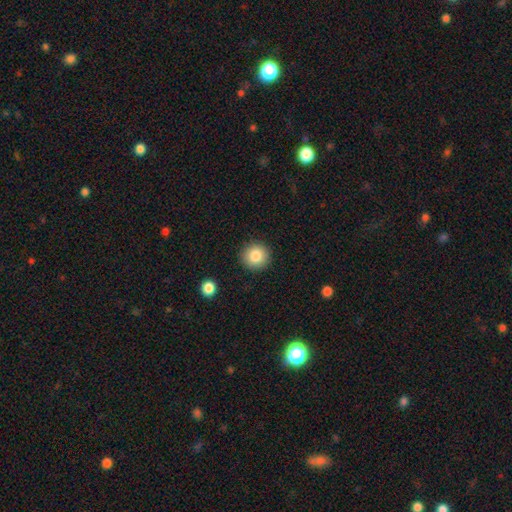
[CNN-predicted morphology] Smooth or featured? smooth (84%)
How rounded? round (93%)
Merging? none (91%)